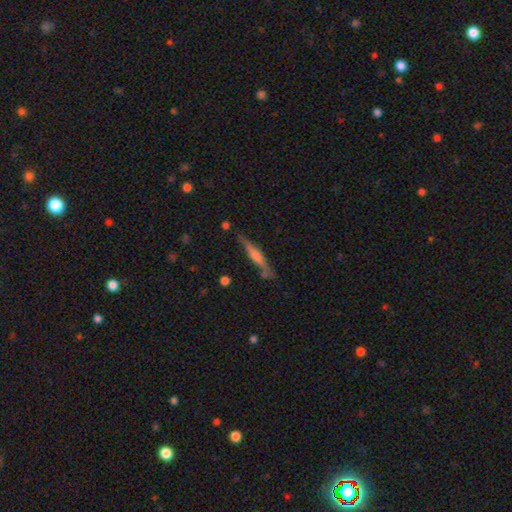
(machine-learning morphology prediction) This is likely a featured or disk galaxy (62%). It is clearly viewed edge-on (95%). Edge-on bulge: possibly rounded (56%). Merging: likely none (79%).